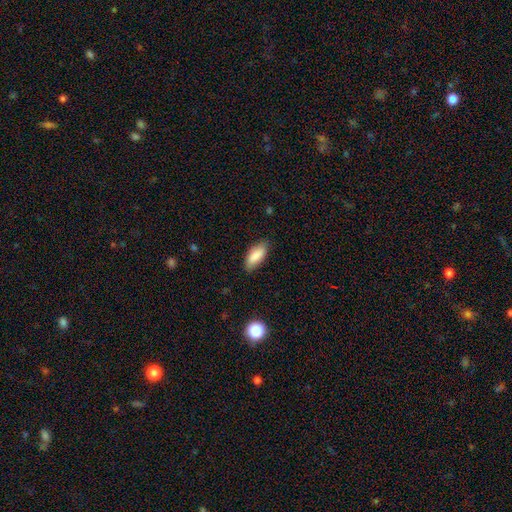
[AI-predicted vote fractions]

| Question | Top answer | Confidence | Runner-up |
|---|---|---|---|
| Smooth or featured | smooth | 85% | featured or disk (8%) |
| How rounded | in between | 81% | cigar-shaped (17%) |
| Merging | none | 82% | minor disturbance (14%) |